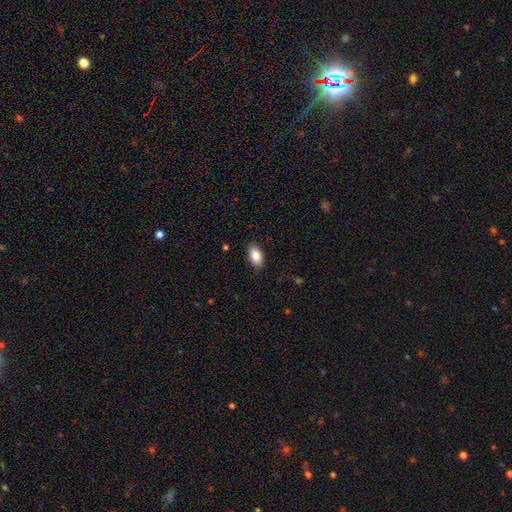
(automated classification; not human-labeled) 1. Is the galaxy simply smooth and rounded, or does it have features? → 88% smooth, 7% star or artifact, 5% featured or disk.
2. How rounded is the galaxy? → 93% in between, 5% round, 2% cigar-shaped.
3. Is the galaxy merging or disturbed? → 88% none, 9% minor disturbance, 2% major disturbance, 1% merger.